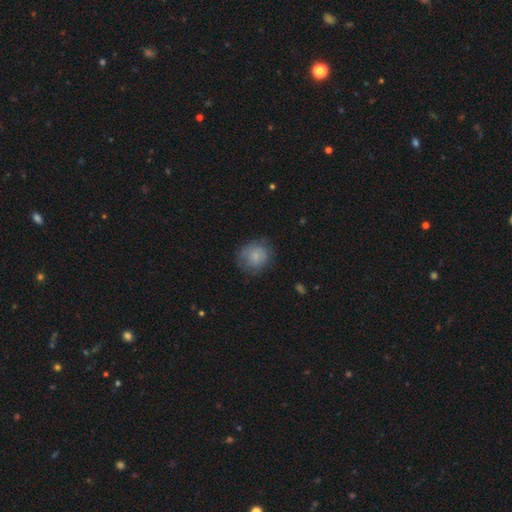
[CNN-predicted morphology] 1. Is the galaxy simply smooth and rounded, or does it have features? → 75% smooth, 17% featured or disk, 8% star or artifact.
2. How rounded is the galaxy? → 82% round, 17% in between, 1% cigar-shaped.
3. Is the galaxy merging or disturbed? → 71% none, 20% minor disturbance, 8% major disturbance, 1% merger.